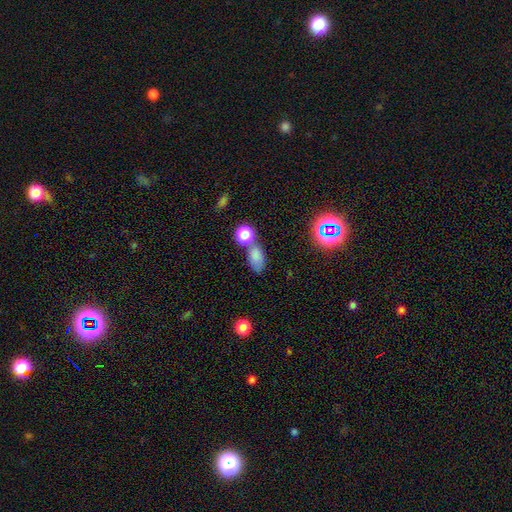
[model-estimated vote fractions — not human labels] Smooth or featured: smooth — 76% (star or artifact — 16%)
How rounded: in between — 81% (round — 14%)
Merging: none — 50% (merger — 30%)